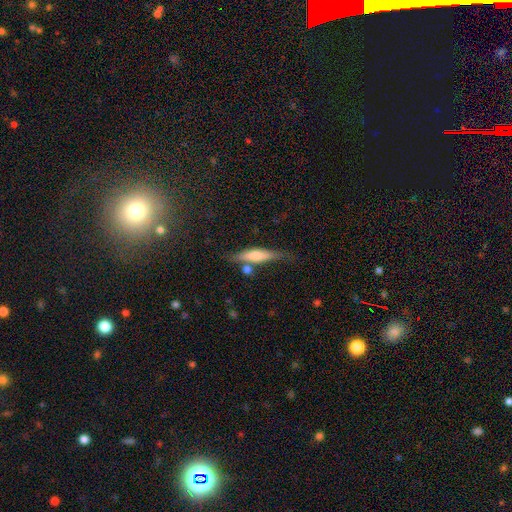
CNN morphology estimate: smooth 53%, featured or disk 40%, star or artifact 7%. Down the decision tree: how rounded — cigar-shaped (80%); merging — none (66%).